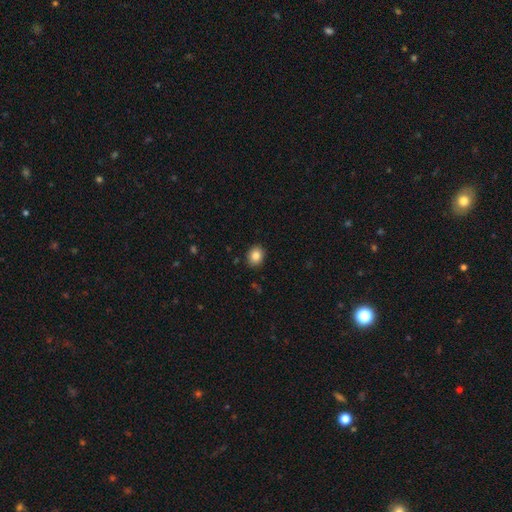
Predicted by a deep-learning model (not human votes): Morphology: type=smooth (85%); roundness=round (55%); merging=none (90%).